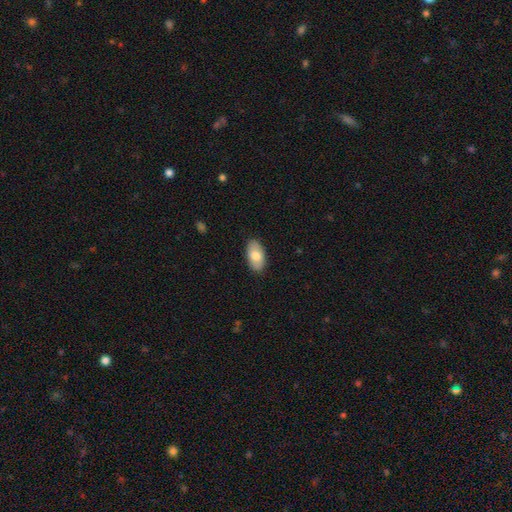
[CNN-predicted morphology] smooth-or-featured: smooth: 77% | featured or disk: 18% | star or artifact: 6%
  how-rounded: in between: 94% | round: 3% | cigar-shaped: 2%
  merging: none: 88% | minor disturbance: 9% | major disturbance: 2% | merger: 1%